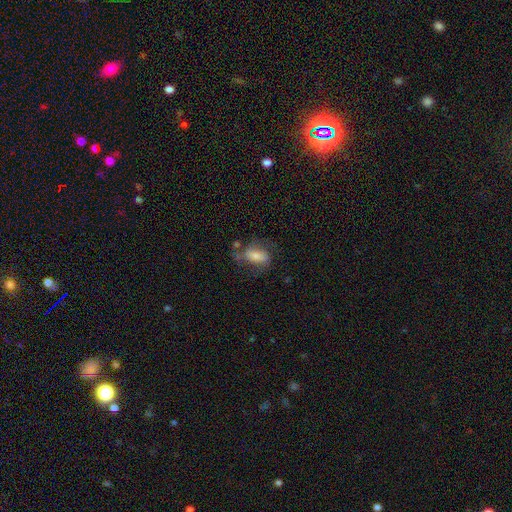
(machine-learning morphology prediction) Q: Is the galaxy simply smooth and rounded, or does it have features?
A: smooth — 51%.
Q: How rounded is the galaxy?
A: in between — 83%.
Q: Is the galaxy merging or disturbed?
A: none — 49%.